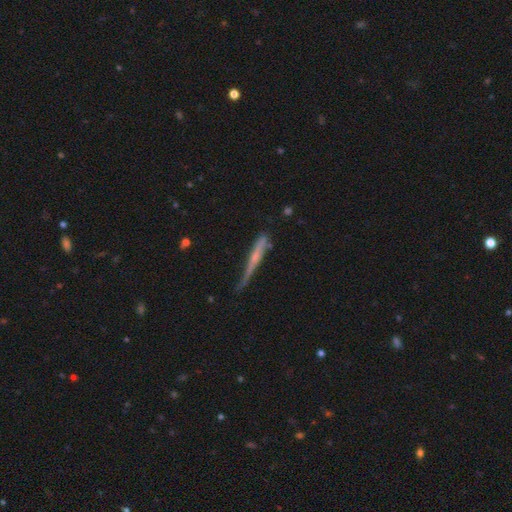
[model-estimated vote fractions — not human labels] Overall: featured or disk (53%; smooth 40%). Edge-on disk: yes (90%). Merging: none (48%; minor disturbance 34%).